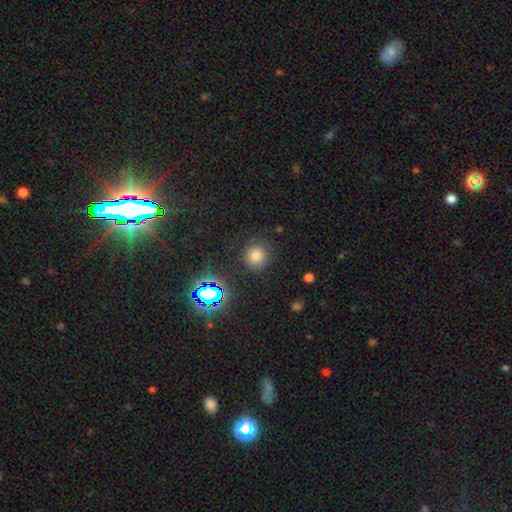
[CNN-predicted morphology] Smooth or featured: smooth — 70% (star or artifact — 21%)
How rounded: round — 91% (in between — 8%)
Merging: none — 83% (minor disturbance — 11%)